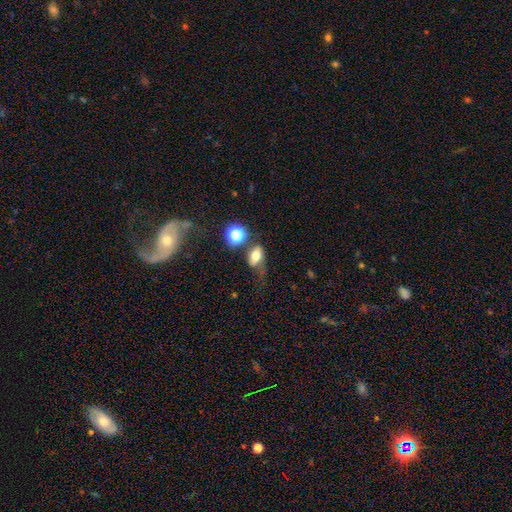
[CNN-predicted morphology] type=smooth (63%); roundness=in between (79%); merging=none (37%).